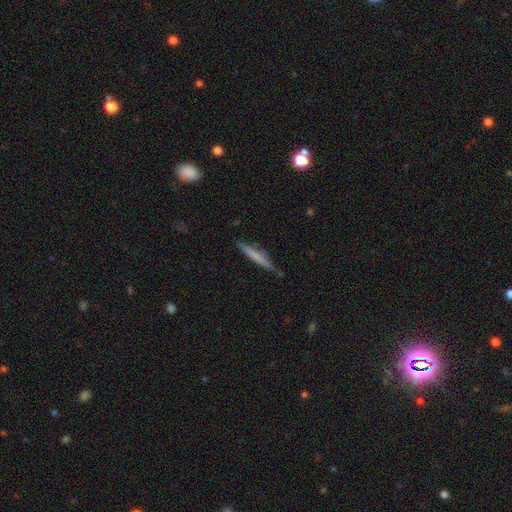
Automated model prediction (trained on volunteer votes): Smooth or featured? smooth (58%)
How rounded? cigar-shaped (95%)
Merging? none (83%)